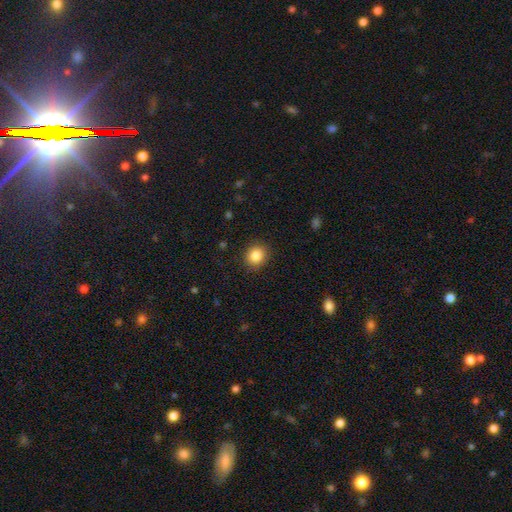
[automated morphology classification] Smooth or featured?
  - smooth: 85% *
  - star or artifact: 10%
  - featured or disk: 5%
How rounded?
  - round: 76% *
  - in between: 23%
  - cigar-shaped: 1%
Merging?
  - none: 89% *
  - minor disturbance: 8%
  - major disturbance: 2%
  - merger: 1%